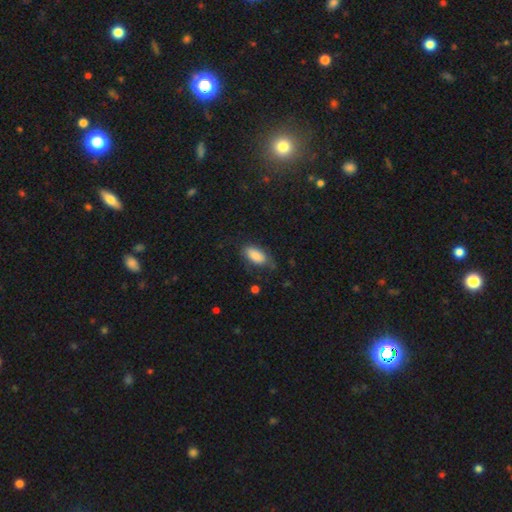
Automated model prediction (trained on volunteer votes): Overall: smooth (85%). How rounded: in between (91%). Merging: none (64%; minor disturbance 26%).